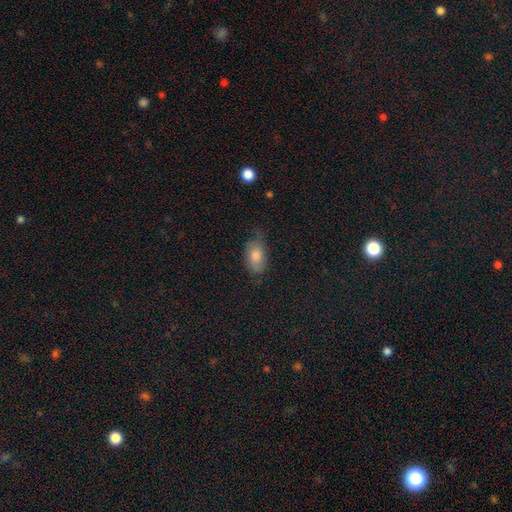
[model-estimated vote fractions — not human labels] smooth 73%, featured or disk 17%, star or artifact 11%. Down the decision tree: how rounded — in between (89%); merging — none (58%).